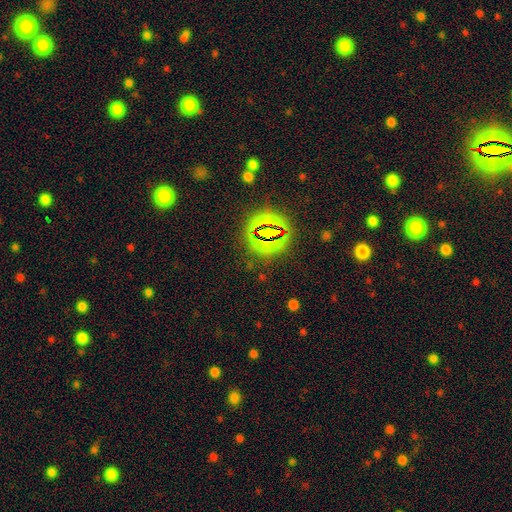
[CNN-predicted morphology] A star or artifact, not a galaxy (63%).